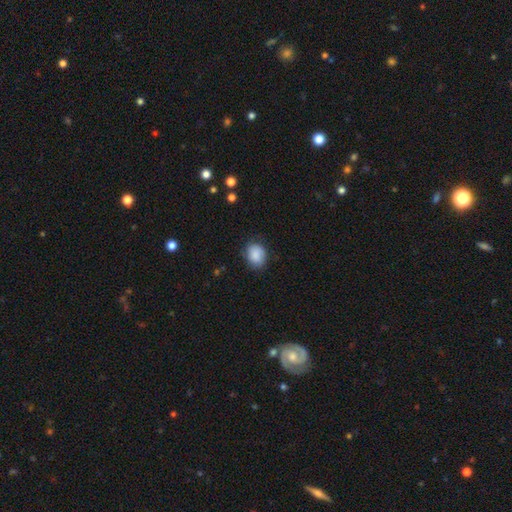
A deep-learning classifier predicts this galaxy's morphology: This is clearly a smooth galaxy (87%). How rounded: possibly round (53%). Merging: likely none (75%).